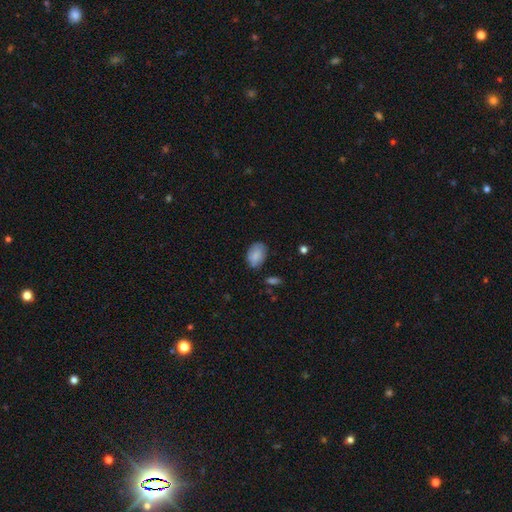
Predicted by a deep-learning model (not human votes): Smooth or featured?
  - smooth: 85% *
  - featured or disk: 8%
  - star or artifact: 7%
How rounded?
  - in between: 82% *
  - round: 17%
  - cigar-shaped: 1%
Merging?
  - none: 69% *
  - minor disturbance: 23%
  - major disturbance: 5%
  - merger: 3%